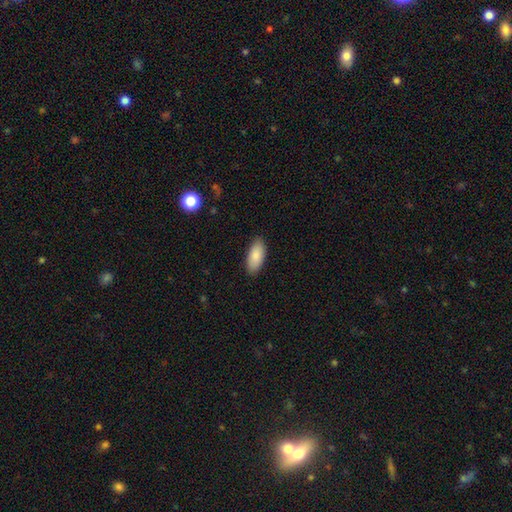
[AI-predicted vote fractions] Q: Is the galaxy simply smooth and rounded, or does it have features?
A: smooth — 87%.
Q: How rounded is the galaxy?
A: in between — 90%.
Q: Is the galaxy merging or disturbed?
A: none — 87%.